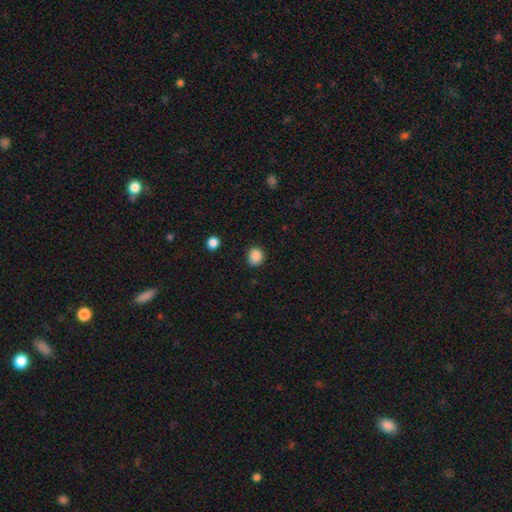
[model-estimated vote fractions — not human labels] smooth_or_featured: smooth (p=0.86) [alt: star or artifact p=0.10]
how_rounded: round (p=0.78) [alt: in between p=0.21]
merging: none (p=0.79) [alt: minor disturbance p=0.16]